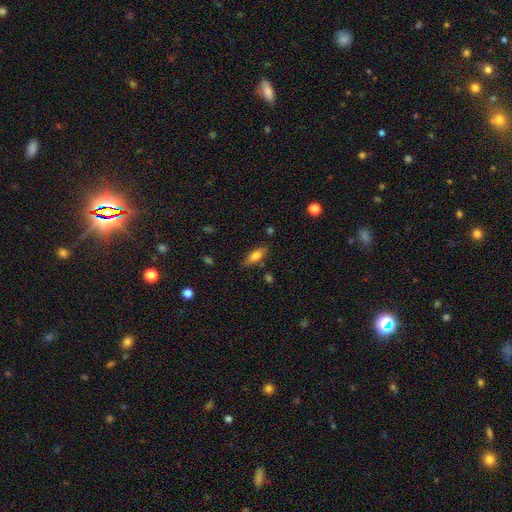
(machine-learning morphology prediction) This is likely a smooth galaxy (77%). How rounded: likely in between (70%). Merging: likely none (78%).